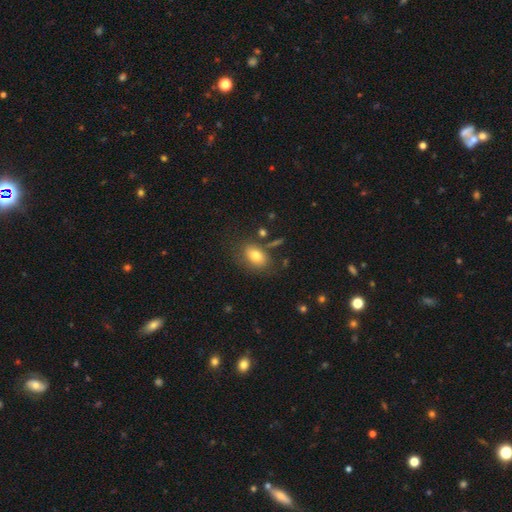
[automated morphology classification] Q: Smooth or featured?
A: smooth (76%); runner-up: featured or disk (14%)
Q: How rounded?
A: in between (76%); runner-up: round (22%)
Q: Merging?
A: none (70%); runner-up: minor disturbance (17%)